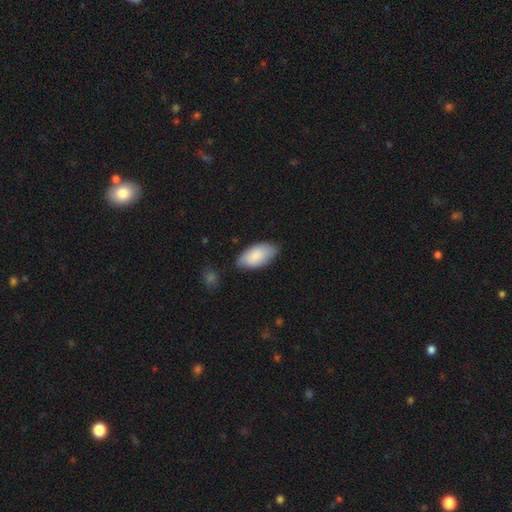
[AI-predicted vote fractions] This appears to be a smooth galaxy with no disk features (86%) that is in between round and cigar-shaped (95%). Merging: none (74%).